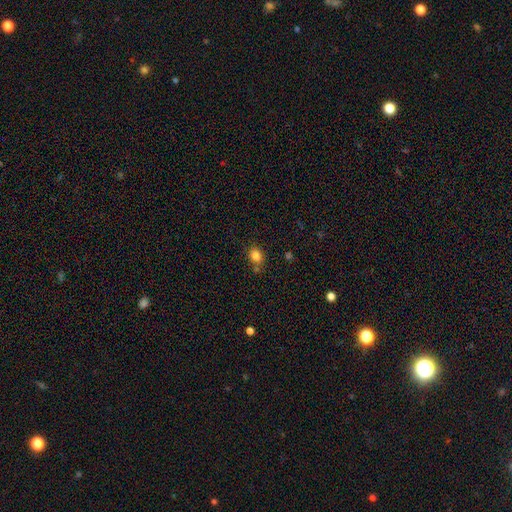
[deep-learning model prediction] This is clearly a smooth galaxy (83%). How rounded: possibly round (57%). Merging: likely none (74%).